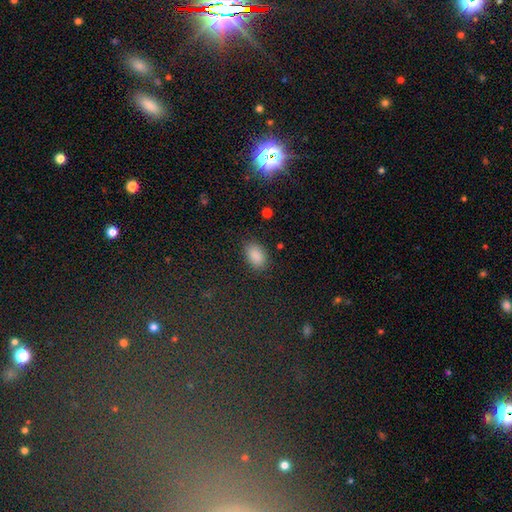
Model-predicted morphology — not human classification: Smooth or featured: smooth — 88% (star or artifact — 8%)
How rounded: in between — 90% (round — 9%)
Merging: none — 82% (minor disturbance — 13%)